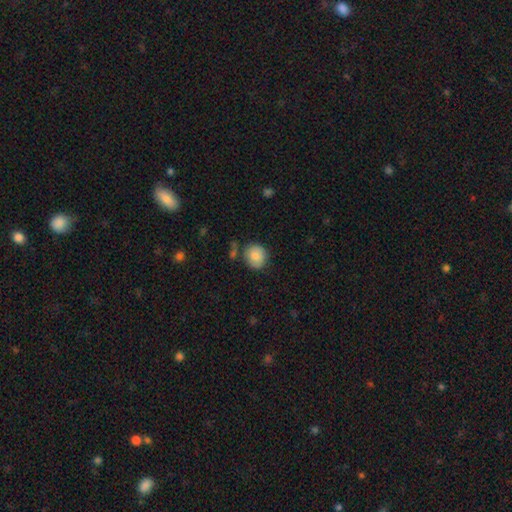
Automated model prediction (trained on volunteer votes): The model was most divided on "merging": none: 74%, minor disturbance: 16%, merger: 6%, major disturbance: 4%. More confident: how rounded — round (81%); smooth or featured — smooth (81%).